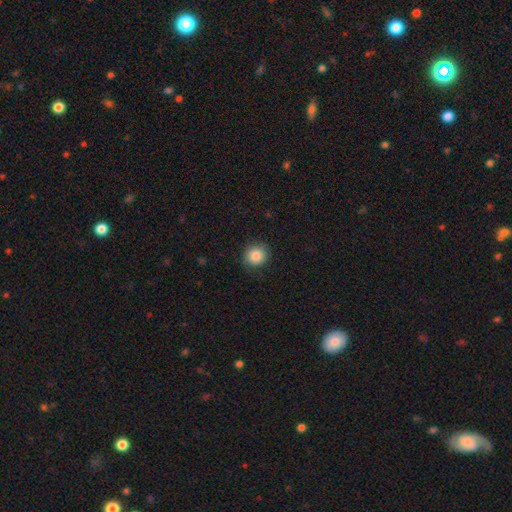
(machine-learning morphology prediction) A smooth galaxy with no disk features (85%) that is round (88%).

Vote fractions:
- Smooth or featured? smooth: 85% / star or artifact: 9% / featured or disk: 6%
- How rounded? round: 88% / in between: 11% / cigar-shaped: 1%
- Merging? none: 81% / minor disturbance: 14% / major disturbance: 4% / merger: 1%